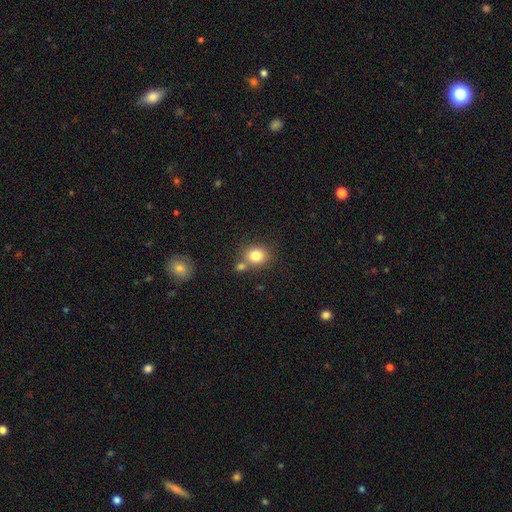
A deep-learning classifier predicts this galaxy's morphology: smooth_or_featured: smooth (p=0.81) [alt: star or artifact p=0.11]
how_rounded: round (p=0.71) [alt: in between p=0.28]
merging: none (p=0.63) [alt: merger p=0.23]